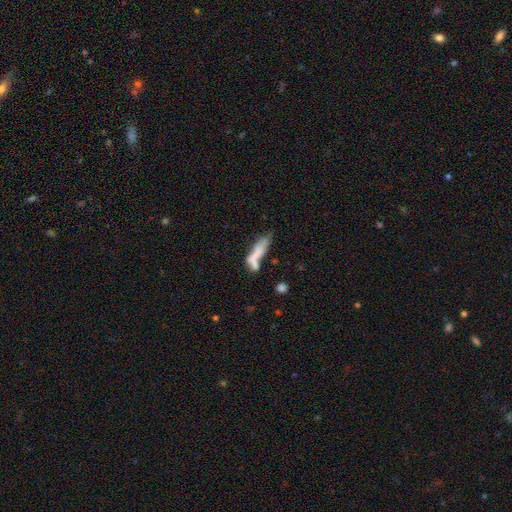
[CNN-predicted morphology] Q: Smooth or featured?
A: smooth (61%); runner-up: featured or disk (29%)
Q: How rounded?
A: cigar-shaped (64%); runner-up: in between (33%)
Q: Merging?
A: merger (36%); runner-up: none (28%)